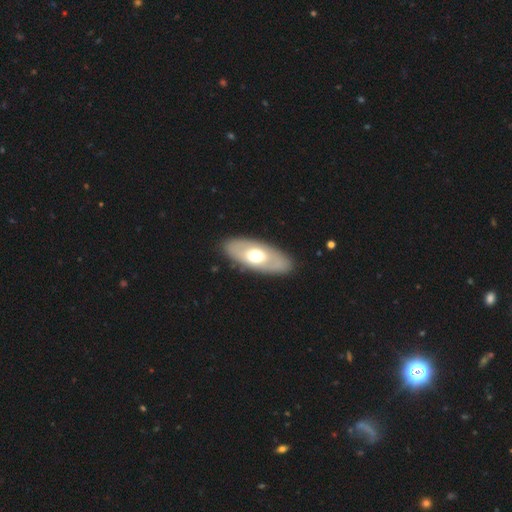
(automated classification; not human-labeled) Smooth or featured? Predicted: smooth (p=0.50). Merging? Predicted: none (p=0.88).